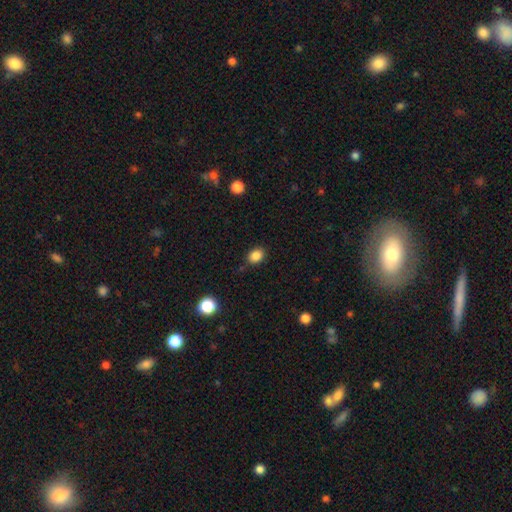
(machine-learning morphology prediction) smooth 86%, star or artifact 11%, featured or disk 4%. Down the decision tree: how rounded — in between (57%); merging — none (81%).